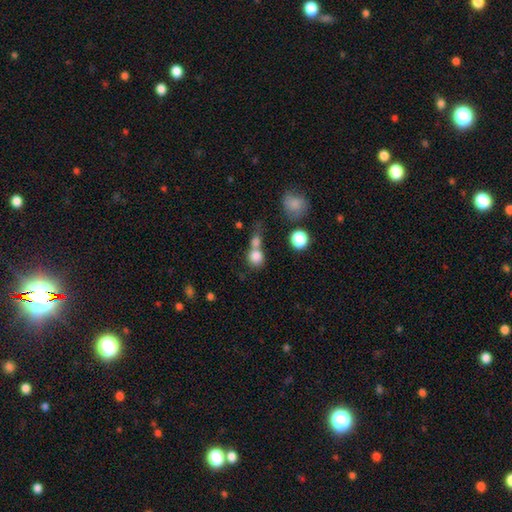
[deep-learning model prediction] Smooth or featured?
  - smooth: 81% *
  - star or artifact: 11%
  - featured or disk: 8%
How rounded?
  - round: 83% *
  - in between: 15%
  - cigar-shaped: 2%
Merging?
  - merger: 46% *
  - none: 40%
  - minor disturbance: 8%
  - major disturbance: 6%